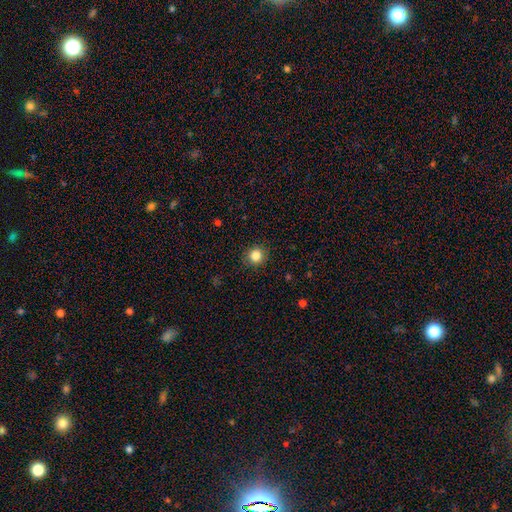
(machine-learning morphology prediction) A smooth galaxy with no disk features (84%) that is round (88%). Merging: none (89%).